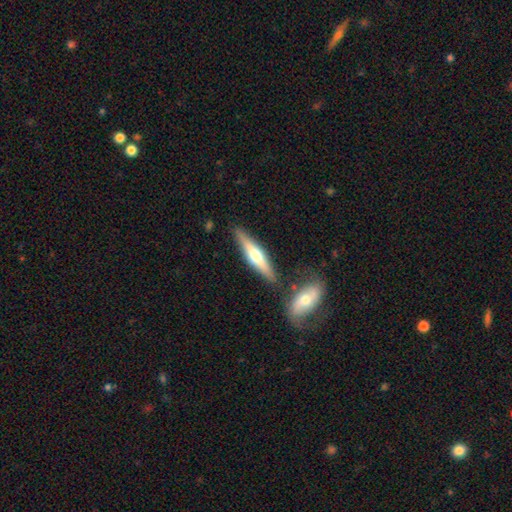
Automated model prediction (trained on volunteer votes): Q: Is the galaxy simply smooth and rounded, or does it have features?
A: featured or disk — 56%.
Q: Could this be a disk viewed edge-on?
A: yes — 94%.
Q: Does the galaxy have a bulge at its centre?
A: rounded — 89%.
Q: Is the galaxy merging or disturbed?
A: none — 82%.